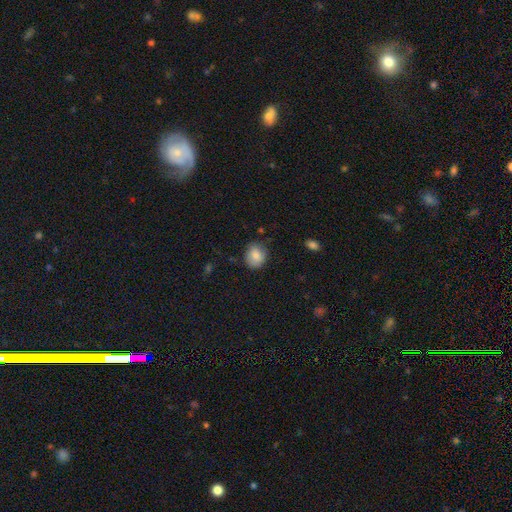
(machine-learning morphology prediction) A smooth galaxy with no disk features (84%) that is round (60%). Merging: none (75%).